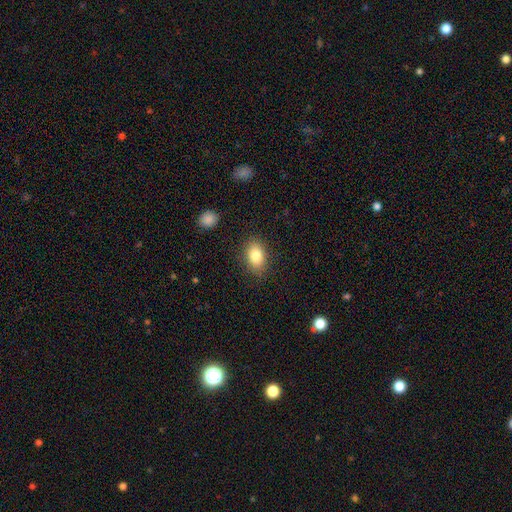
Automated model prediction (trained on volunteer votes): Smooth or featured? smooth (83%)
How rounded? in between (85%)
Merging? none (85%)